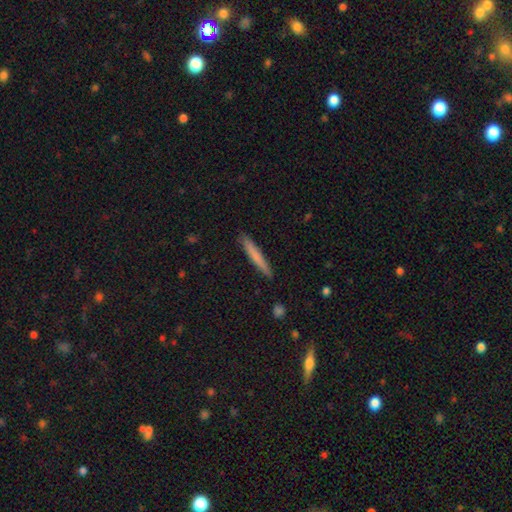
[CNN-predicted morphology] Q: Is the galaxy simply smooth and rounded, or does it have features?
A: smooth — 71%.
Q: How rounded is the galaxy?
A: cigar-shaped — 96%.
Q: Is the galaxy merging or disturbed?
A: none — 91%.